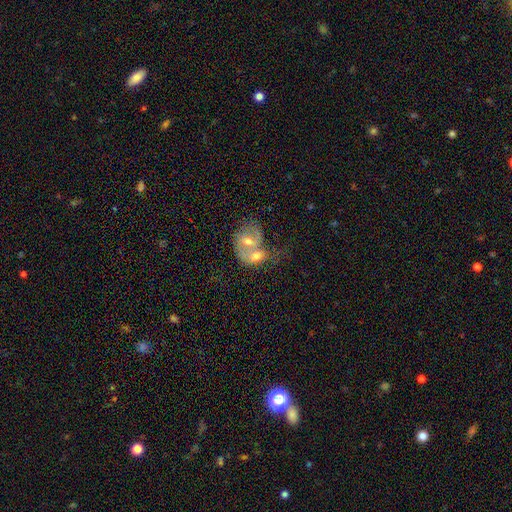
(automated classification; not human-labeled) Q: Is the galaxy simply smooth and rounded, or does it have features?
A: featured or disk — 54%.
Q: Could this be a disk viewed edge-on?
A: no — 96%.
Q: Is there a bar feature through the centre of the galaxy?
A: no — 65%.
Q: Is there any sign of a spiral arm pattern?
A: yes — 57%.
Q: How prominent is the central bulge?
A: moderate — 63%.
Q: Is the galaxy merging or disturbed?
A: merger — 72%.